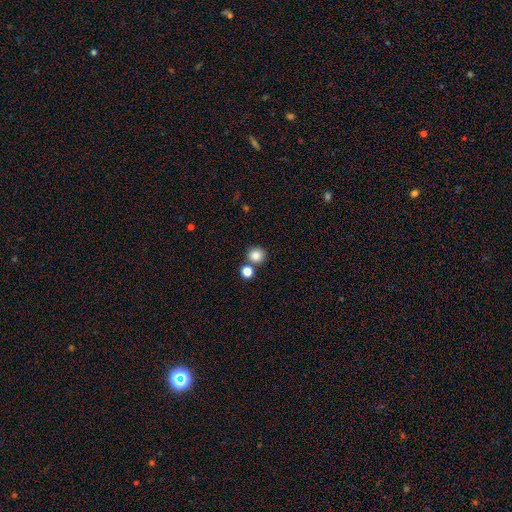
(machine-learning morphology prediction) type=smooth (85%); roundness=round (91%); merging=none (74%).